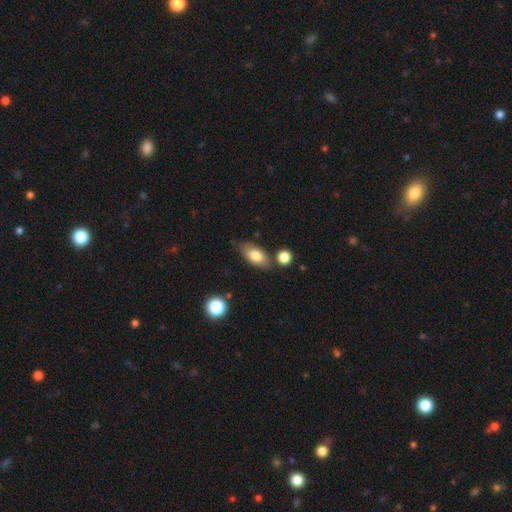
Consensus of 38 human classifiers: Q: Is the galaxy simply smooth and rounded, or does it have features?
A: smooth — 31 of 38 (82%).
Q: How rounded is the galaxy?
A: in between — 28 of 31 (90%).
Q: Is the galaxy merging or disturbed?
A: none — 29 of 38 (76%).